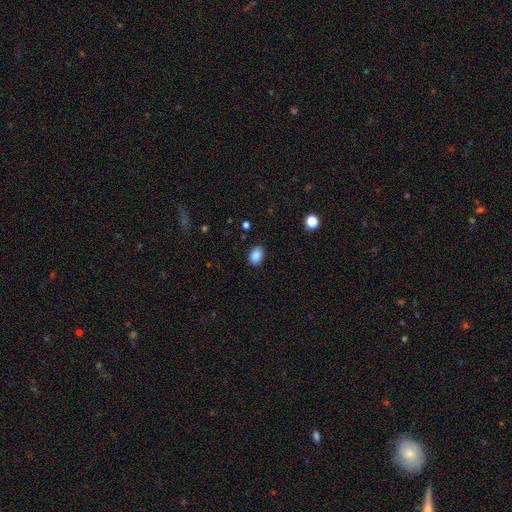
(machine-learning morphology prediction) smooth_or_featured: smooth (p=0.88) [alt: star or artifact p=0.09]
how_rounded: in between (p=0.73) [alt: round p=0.26]
merging: none (p=0.87) [alt: minor disturbance p=0.10]